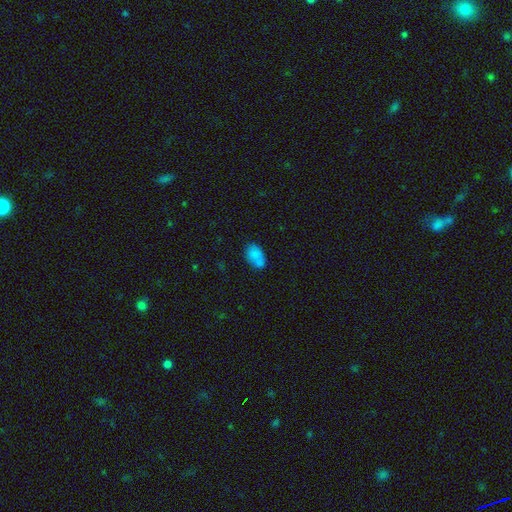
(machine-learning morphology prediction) type=smooth (81%); roundness=in between (89%); merging=none (59%).